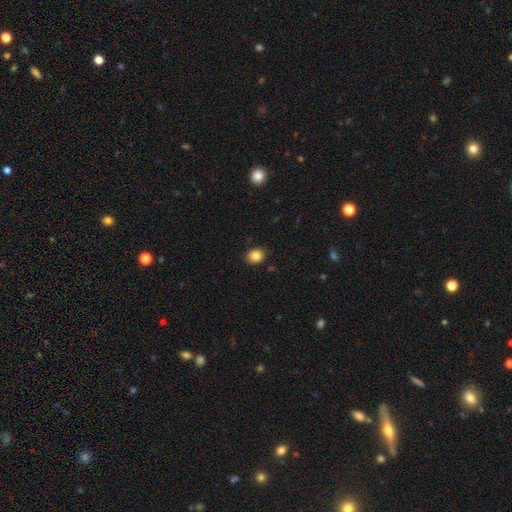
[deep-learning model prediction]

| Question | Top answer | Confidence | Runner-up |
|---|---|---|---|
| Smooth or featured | smooth | 84% | star or artifact (10%) |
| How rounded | round | 51% | in between (48%) |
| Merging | none | 87% | minor disturbance (10%) |